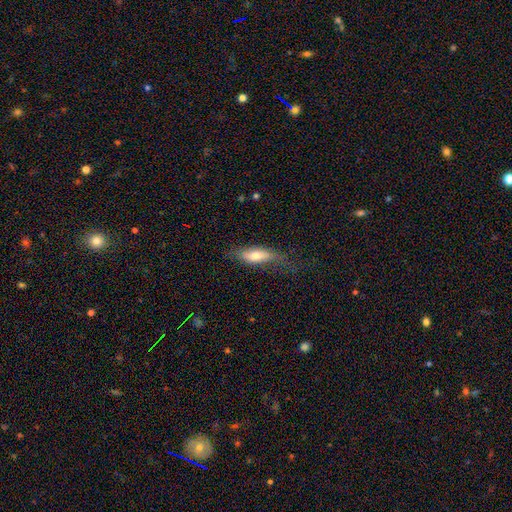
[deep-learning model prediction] Q: Smooth or featured?
A: smooth (68%); runner-up: featured or disk (25%)
Q: How rounded?
A: in between (64%); runner-up: cigar-shaped (33%)
Q: Merging?
A: none (54%); runner-up: minor disturbance (28%)